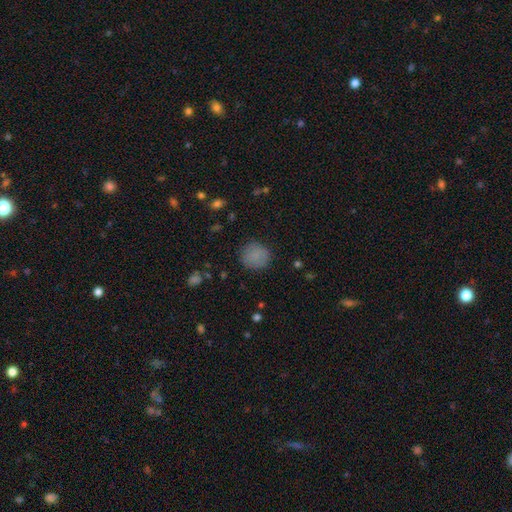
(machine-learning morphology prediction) Q: Smooth or featured?
A: smooth (84%); runner-up: star or artifact (10%)
Q: How rounded?
A: round (90%); runner-up: in between (9%)
Q: Merging?
A: none (85%); runner-up: minor disturbance (11%)